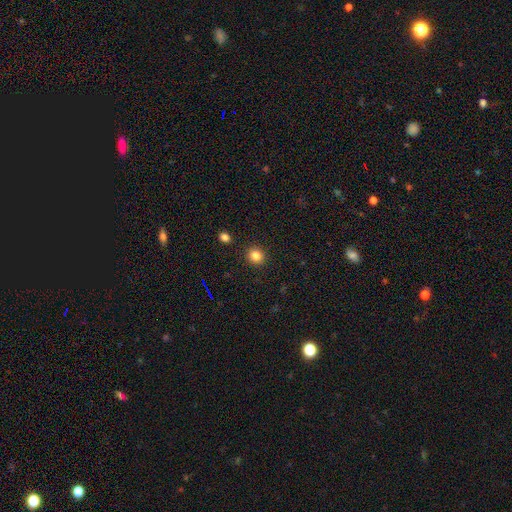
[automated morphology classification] Q: Smooth or featured?
A: smooth (83%); runner-up: star or artifact (12%)
Q: How rounded?
A: round (86%); runner-up: in between (14%)
Q: Merging?
A: none (91%); runner-up: minor disturbance (5%)